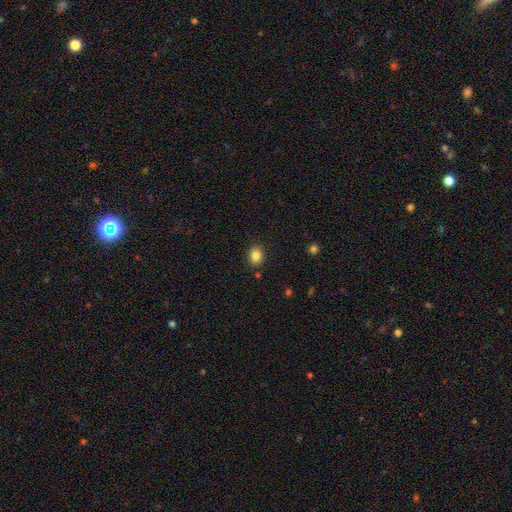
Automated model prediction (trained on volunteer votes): smooth 84%, star or artifact 11%, featured or disk 5%. Down the decision tree: how rounded — round (65%); merging — none (88%).